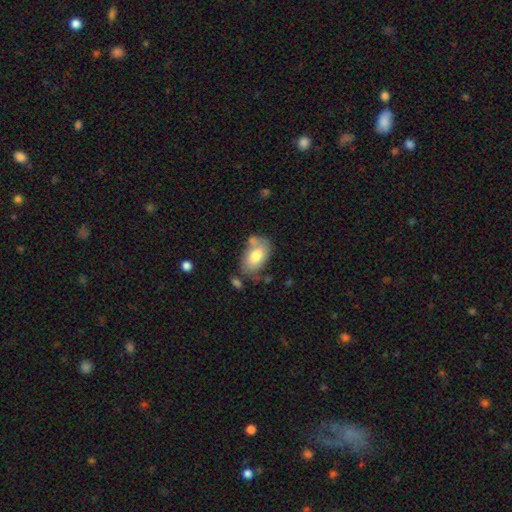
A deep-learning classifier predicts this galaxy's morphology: This is likely a smooth galaxy (73%). How rounded: clearly in between (91%). Merging: possibly none (57%).